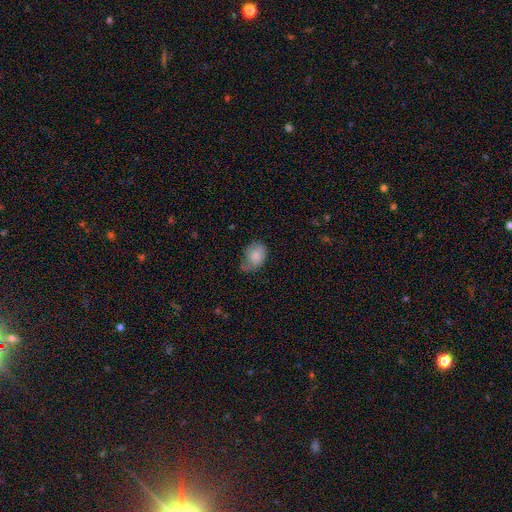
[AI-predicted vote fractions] A smooth galaxy with no disk features (80%) that is in between round and cigar-shaped (79%). Merging: none (42%).